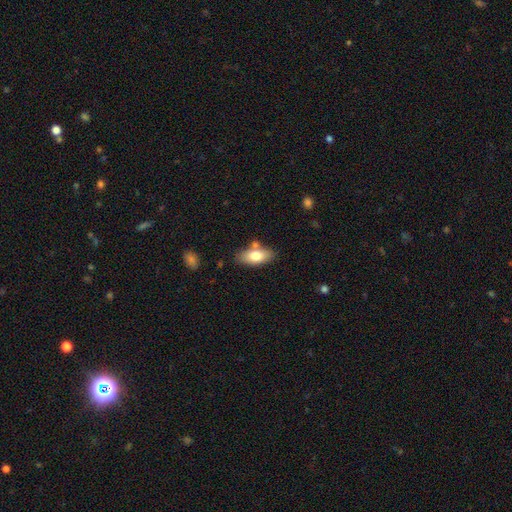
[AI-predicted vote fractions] This is likely a smooth galaxy (76%). How rounded: clearly in between (88%). Merging: likely none (73%).